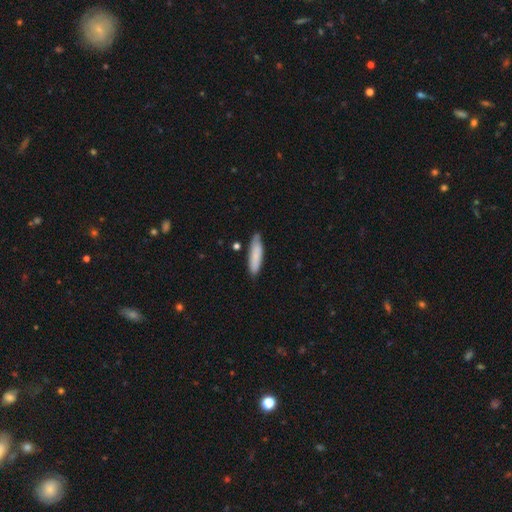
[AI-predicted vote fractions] The model was most divided on "how rounded": cigar-shaped: 69%, in between: 30%, round: 1%. More confident: smooth or featured — smooth (80%); merging — none (78%).